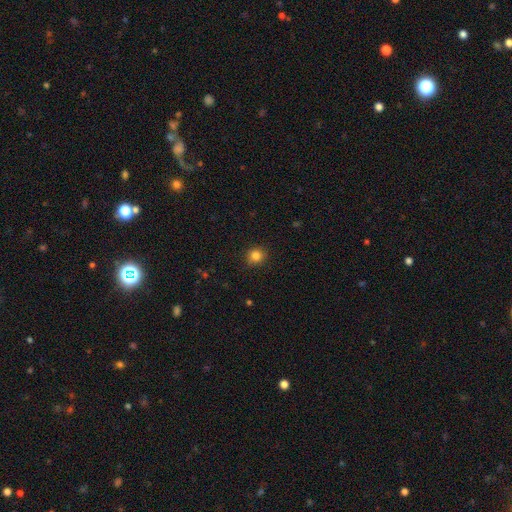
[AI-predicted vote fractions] Smooth or featured?
  - smooth: 84% *
  - star or artifact: 12%
  - featured or disk: 4%
How rounded?
  - round: 88% *
  - in between: 11%
  - cigar-shaped: 1%
Merging?
  - none: 88% *
  - minor disturbance: 8%
  - major disturbance: 2%
  - merger: 1%